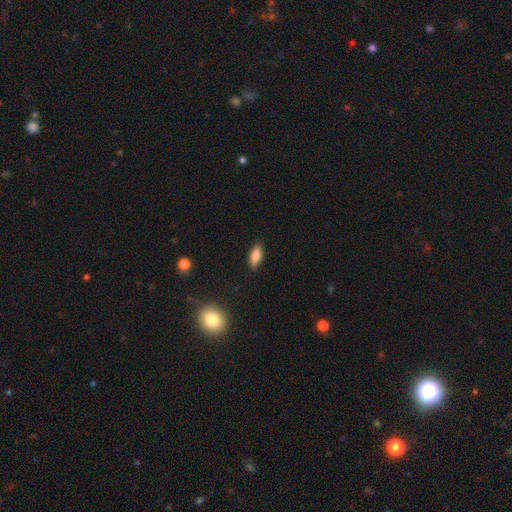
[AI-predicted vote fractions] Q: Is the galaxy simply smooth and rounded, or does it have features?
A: smooth — 80%.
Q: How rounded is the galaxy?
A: in between — 73%.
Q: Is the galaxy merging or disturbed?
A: none — 86%.